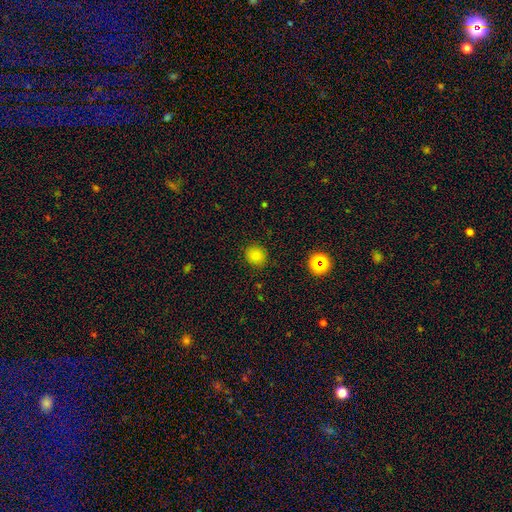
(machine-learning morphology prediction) smooth-or-featured: smooth: 81% | star or artifact: 15% | featured or disk: 4%
  how-rounded: round: 81% | in between: 18% | cigar-shaped: 1%
  merging: none: 88% | minor disturbance: 8% | major disturbance: 3% | merger: 1%